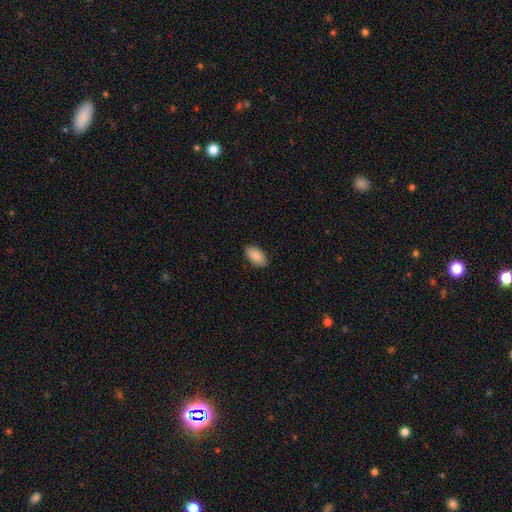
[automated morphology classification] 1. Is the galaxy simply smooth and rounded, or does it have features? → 90% smooth, 6% star or artifact, 4% featured or disk.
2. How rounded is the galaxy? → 95% in between, 3% round, 2% cigar-shaped.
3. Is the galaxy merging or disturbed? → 87% none, 10% minor disturbance, 2% major disturbance, 1% merger.